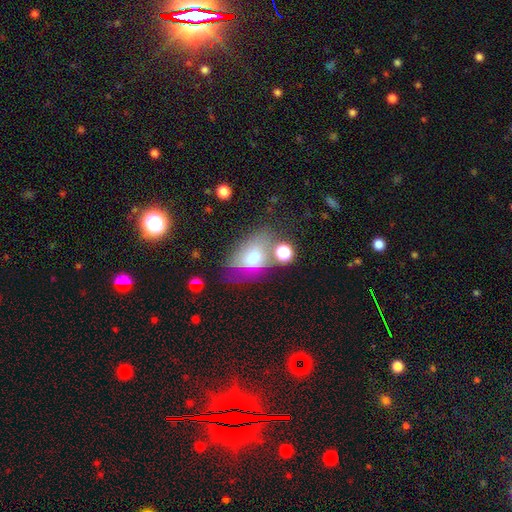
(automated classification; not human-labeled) The model was most divided on "smooth or featured": smooth: 51%, featured or disk: 30%, star or artifact: 19%. Remaining: how rounded — in between (80%); merging — none (46%).